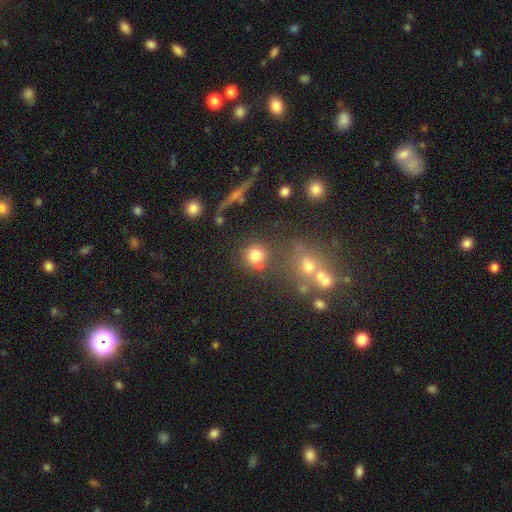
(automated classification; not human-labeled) Q: Smooth or featured?
A: smooth (77%); runner-up: star or artifact (15%)
Q: How rounded?
A: round (87%); runner-up: in between (11%)
Q: Merging?
A: none (65%); runner-up: merger (17%)